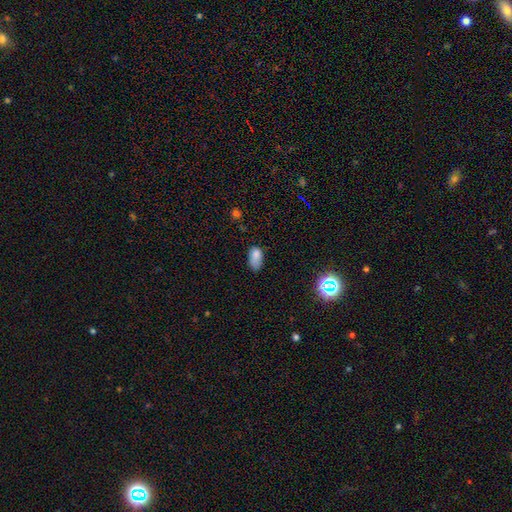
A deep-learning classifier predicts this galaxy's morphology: smooth-or-featured: smooth: 79% | star or artifact: 12% | featured or disk: 8%
  how-rounded: in between: 91% | round: 6% | cigar-shaped: 2%
  merging: none: 44% | minor disturbance: 37% | major disturbance: 15% | merger: 4%